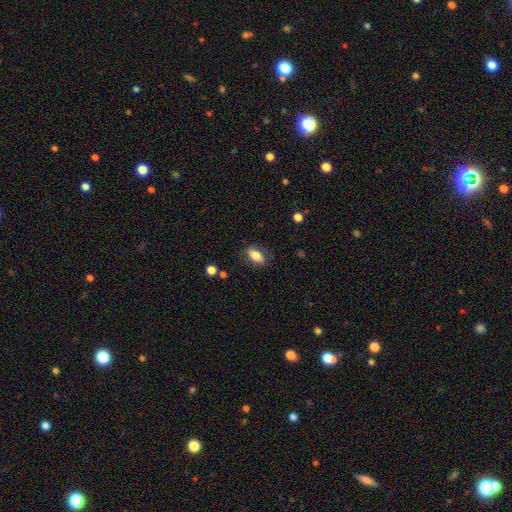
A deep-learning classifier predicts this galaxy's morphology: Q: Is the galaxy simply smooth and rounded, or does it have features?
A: smooth — 79%.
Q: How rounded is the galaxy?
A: in between — 85%.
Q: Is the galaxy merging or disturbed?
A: none — 83%.